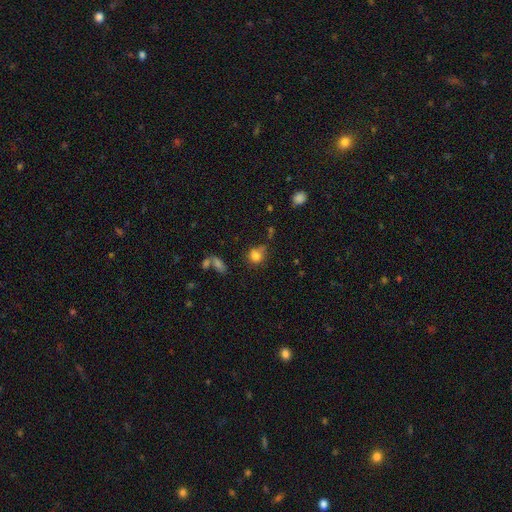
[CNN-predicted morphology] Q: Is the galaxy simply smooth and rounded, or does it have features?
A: smooth — 80%.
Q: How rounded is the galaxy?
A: round — 75%.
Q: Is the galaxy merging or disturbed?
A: none — 56%.